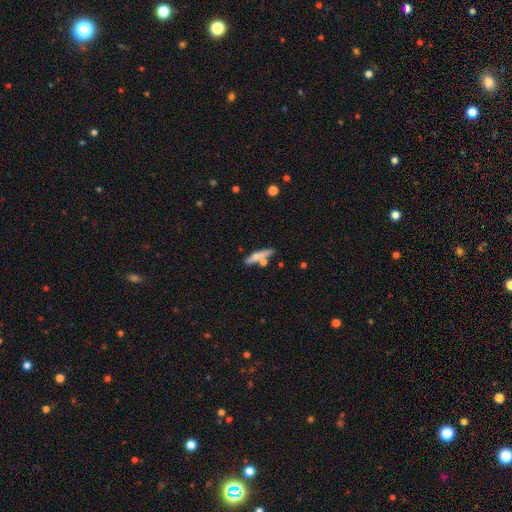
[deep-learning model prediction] Morphology: type=smooth (61%); roundness=cigar-shaped (85%); merging=none (68%).